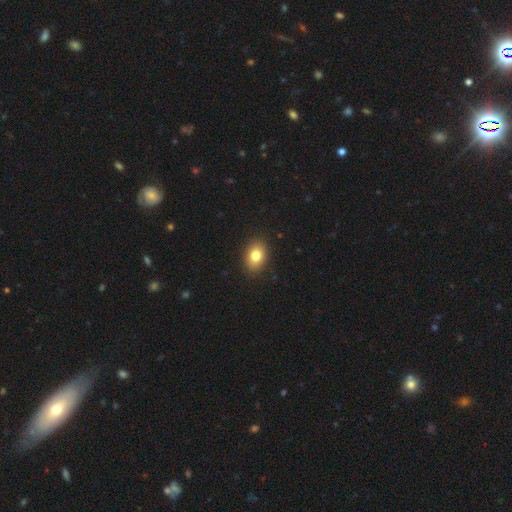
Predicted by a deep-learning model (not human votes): Smooth or featured? smooth (80%)
How rounded? in between (76%)
Merging? none (88%)